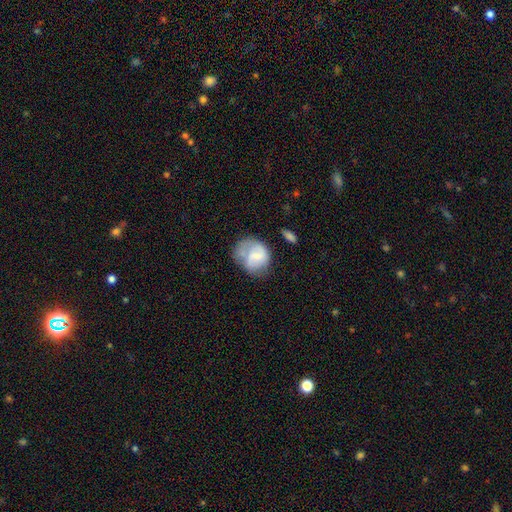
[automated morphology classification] Smooth or featured: smooth — 57% (featured or disk — 36%)
How rounded: round — 60% (in between — 39%)
Merging: none — 36% (minor disturbance — 30%)